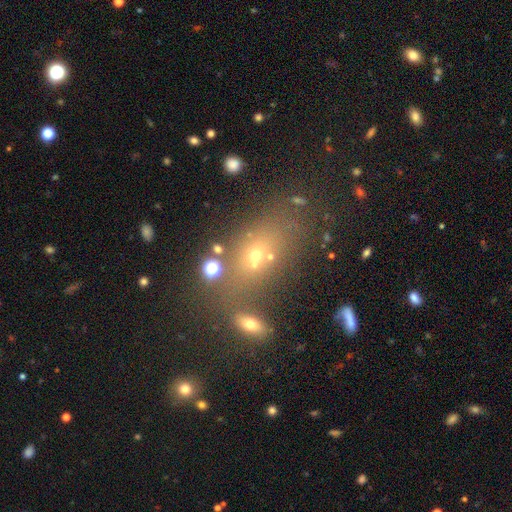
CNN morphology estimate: smooth 52%, star or artifact 25%, featured or disk 24%. Down the decision tree: how rounded — in between (66%); merging — none (49%).